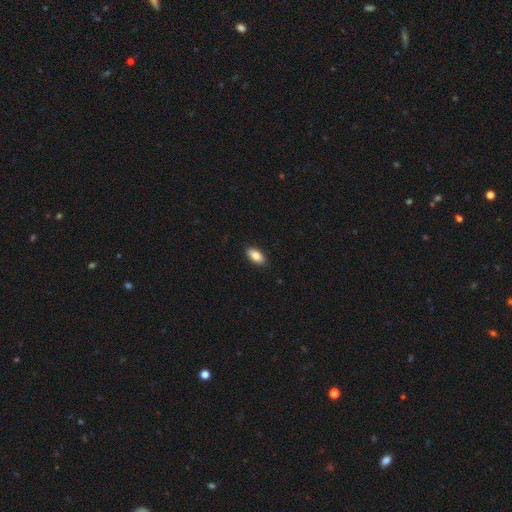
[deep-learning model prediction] smooth 86%, featured or disk 8%, star or artifact 7%. Down the decision tree: how rounded — in between (92%); merging — none (89%).